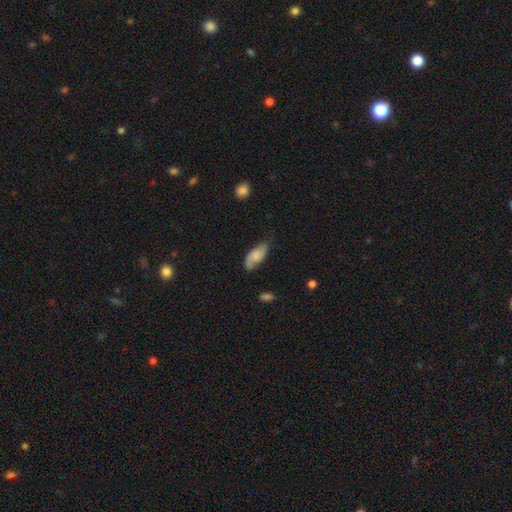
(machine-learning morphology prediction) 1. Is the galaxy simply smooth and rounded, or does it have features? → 61% smooth, 32% featured or disk, 7% star or artifact.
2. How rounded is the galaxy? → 88% in between, 9% cigar-shaped, 3% round.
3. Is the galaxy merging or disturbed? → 58% none, 31% minor disturbance, 8% major disturbance, 2% merger.